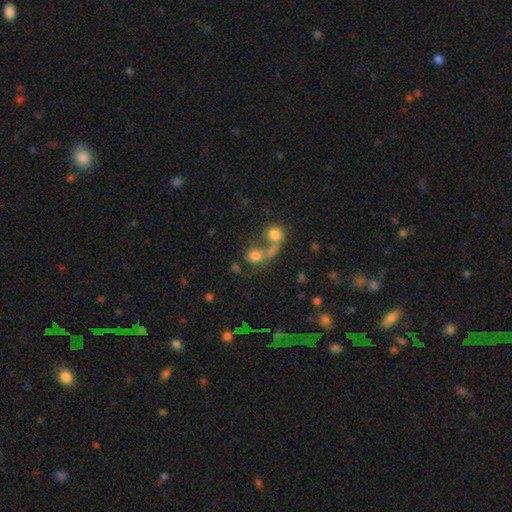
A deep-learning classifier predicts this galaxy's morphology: The model was most divided on "merging": merger: 54%, none: 25%, major disturbance: 13%, minor disturbance: 8%. More confident: smooth or featured — smooth (69%); how rounded — round (65%).